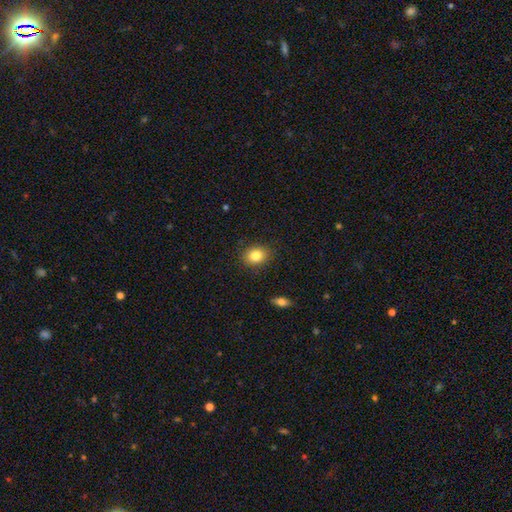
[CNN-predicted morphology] smooth_or_featured: smooth (p=0.82) [alt: star or artifact p=0.10]
how_rounded: round (p=0.53) [alt: in between p=0.46]
merging: none (p=0.88) [alt: minor disturbance p=0.09]